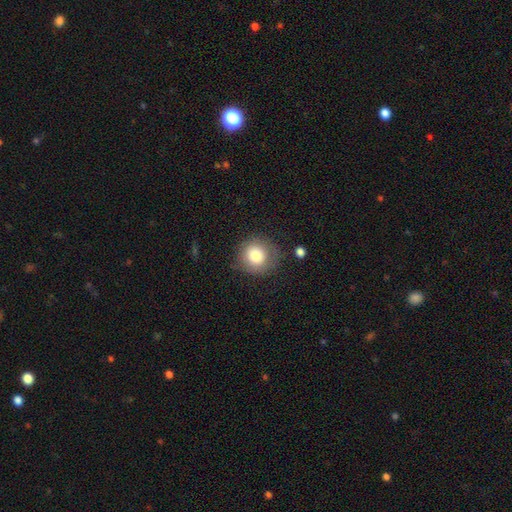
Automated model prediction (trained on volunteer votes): Smooth or featured? smooth (81%)
How rounded? round (91%)
Merging? none (78%)